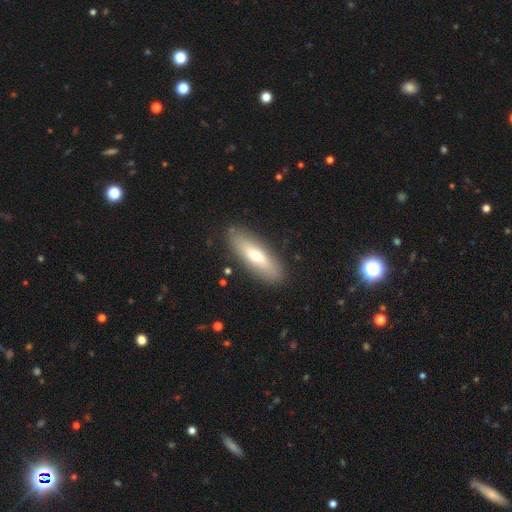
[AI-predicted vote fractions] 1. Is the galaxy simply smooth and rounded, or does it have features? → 61% smooth, 32% featured or disk, 7% star or artifact.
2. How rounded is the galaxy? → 52% cigar-shaped, 46% in between, 2% round.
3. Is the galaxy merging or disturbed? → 87% none, 9% minor disturbance, 2% major disturbance, 2% merger.